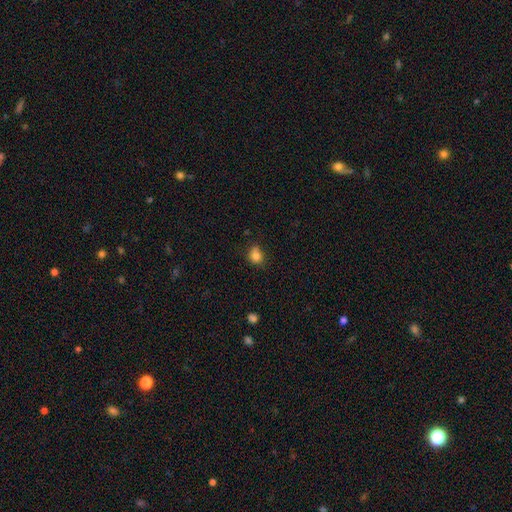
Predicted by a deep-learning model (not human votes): This is clearly a smooth galaxy (83%). How rounded: likely round (67%). Merging: likely none (64%).